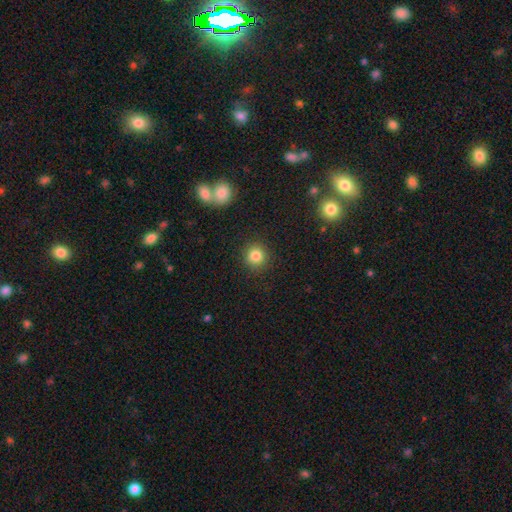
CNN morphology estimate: smooth_or_featured: smooth (p=0.84) [alt: star or artifact p=0.11]
how_rounded: round (p=0.91) [alt: in between p=0.08]
merging: none (p=0.89) [alt: minor disturbance p=0.07]